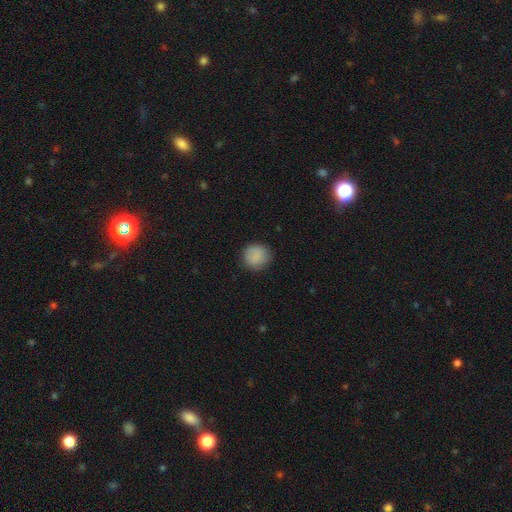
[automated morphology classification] A smooth galaxy with no disk features (86%) that is round (89%). Merging: none (85%).